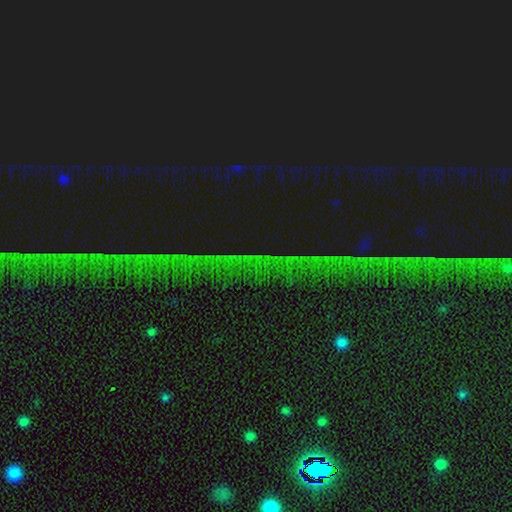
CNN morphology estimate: This is clearly a star or artifact rather than a galaxy (86%).